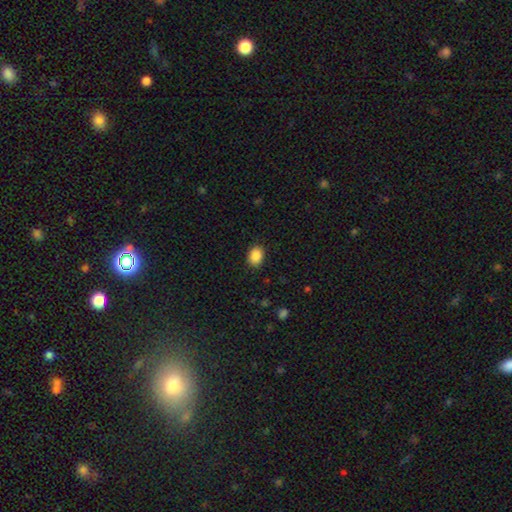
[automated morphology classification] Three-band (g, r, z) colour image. It shows a smooth galaxy with no disk features (88%) that is in between round and cigar-shaped (66%). Merging: none (89%).